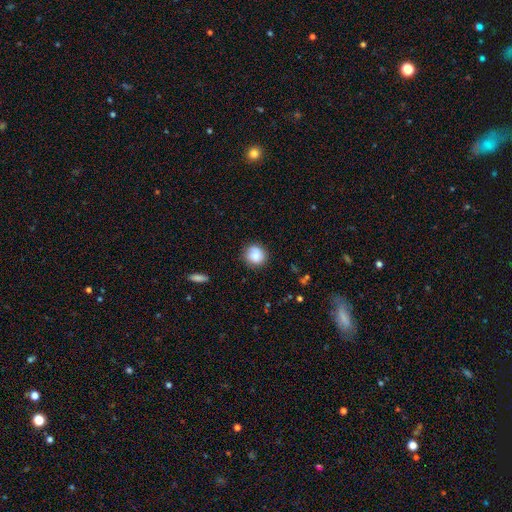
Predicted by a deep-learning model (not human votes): Smooth or featured: smooth — 80% (featured or disk — 12%)
How rounded: round — 90% (in between — 9%)
Merging: none — 82% (minor disturbance — 14%)